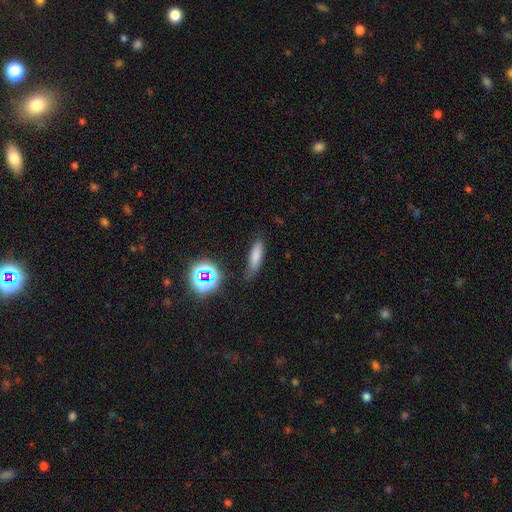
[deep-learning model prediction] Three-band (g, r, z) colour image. It shows a smooth galaxy with no disk features (74%) that is cigar-shaped (55%). Merging: none (71%).